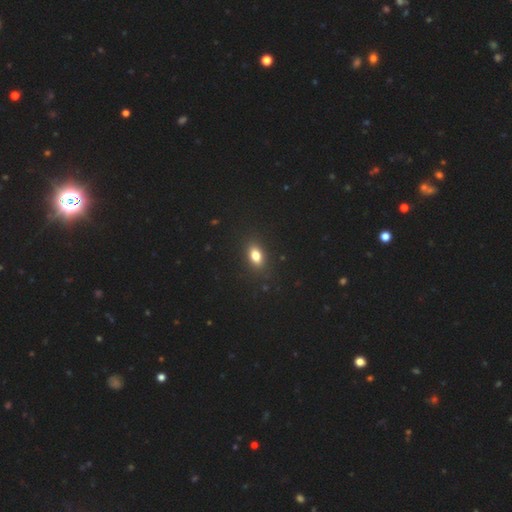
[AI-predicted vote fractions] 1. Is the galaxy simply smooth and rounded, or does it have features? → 79% smooth, 12% star or artifact, 9% featured or disk.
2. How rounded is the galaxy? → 82% in between, 13% round, 4% cigar-shaped.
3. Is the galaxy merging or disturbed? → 88% none, 8% minor disturbance, 2% major disturbance, 1% merger.